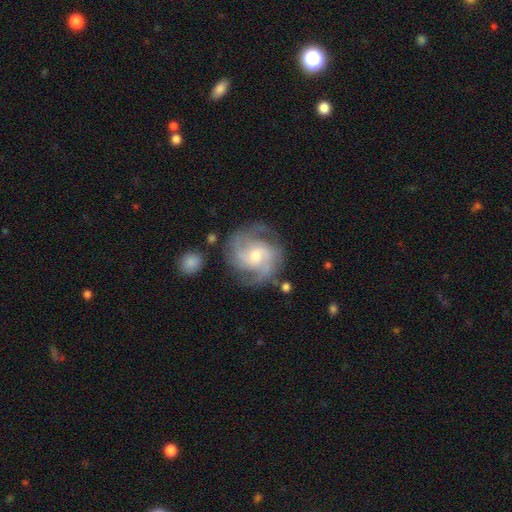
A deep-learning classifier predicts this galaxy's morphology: Q: Smooth or featured?
A: featured or disk (87%); runner-up: smooth (8%)
Q: Edge-on disk?
A: no (98%); runner-up: yes (2%)
Q: Bar?
A: no (56%); runner-up: weak (36%)
Q: Spiral arms?
A: yes (97%); runner-up: no (3%)
Q: Spiral winding?
A: medium (48%); runner-up: tight (40%)
Q: Spiral arm count?
A: 2 (38%); runner-up: 3 (36%)
Q: Bulge size?
A: small (50%); runner-up: moderate (45%)
Q: Merging?
A: none (75%); runner-up: minor disturbance (15%)